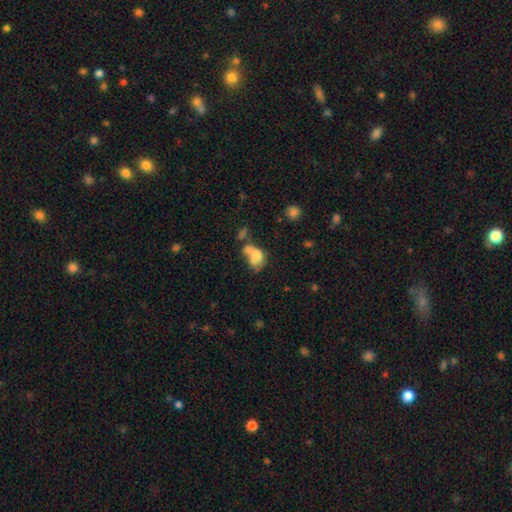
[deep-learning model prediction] Smooth or featured? smooth (67%)
How rounded? in between (76%)
Merging? merger (53%)